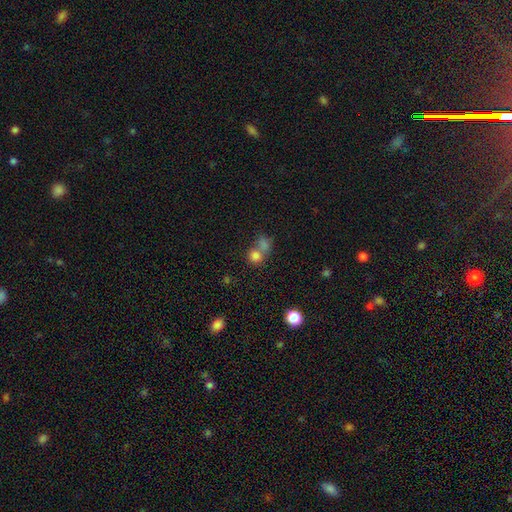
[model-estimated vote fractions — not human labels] This appears to be a smooth galaxy with no disk features (78%) that is round (77%). Merging: merger (52%).